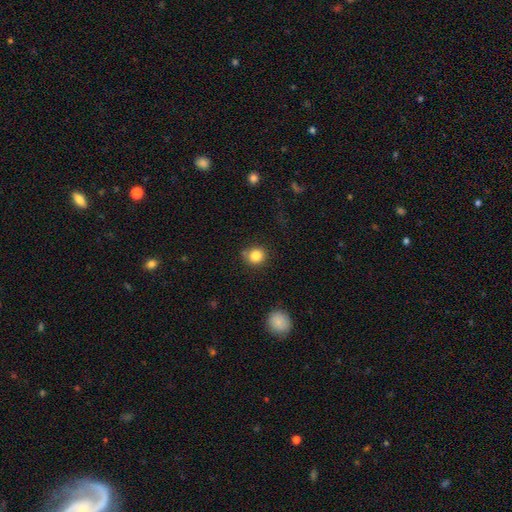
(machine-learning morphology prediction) smooth-or-featured: smooth: 84% | star or artifact: 11% | featured or disk: 5%
  how-rounded: round: 88% | in between: 11% | cigar-shaped: 1%
  merging: none: 78% | minor disturbance: 13% | merger: 6% | major disturbance: 4%